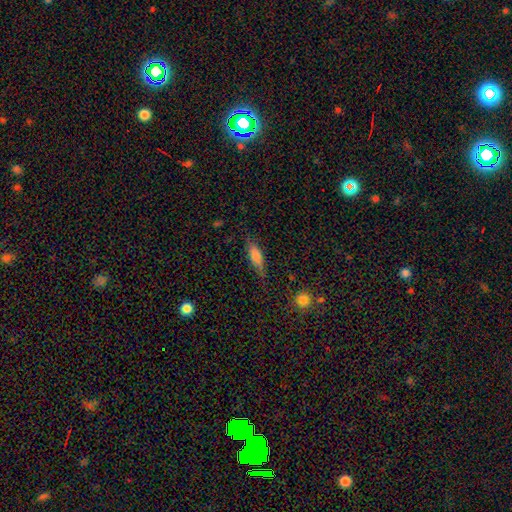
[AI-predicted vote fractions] A smooth galaxy with no disk features (71%) that is in between round and cigar-shaped (51%).

Vote fractions:
- Smooth or featured? smooth: 71% / featured or disk: 21% / star or artifact: 8%
- How rounded? in between: 51% / cigar-shaped: 47% / round: 3%
- Merging? none: 72% / minor disturbance: 21% / major disturbance: 5% / merger: 2%